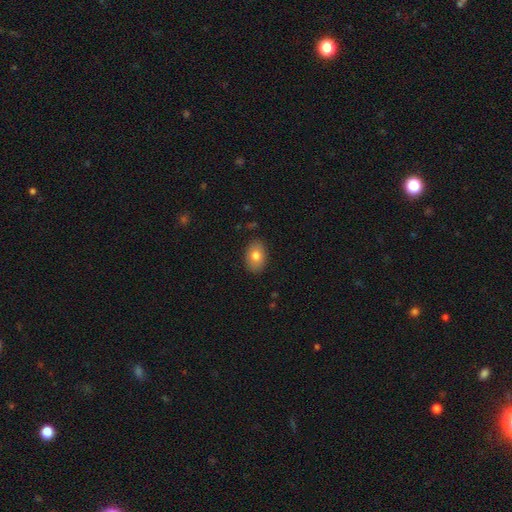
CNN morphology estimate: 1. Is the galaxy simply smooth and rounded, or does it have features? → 78% smooth, 14% featured or disk, 8% star or artifact.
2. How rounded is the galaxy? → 81% in between, 17% round, 1% cigar-shaped.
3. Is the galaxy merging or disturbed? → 87% none, 10% minor disturbance, 2% major disturbance, 1% merger.